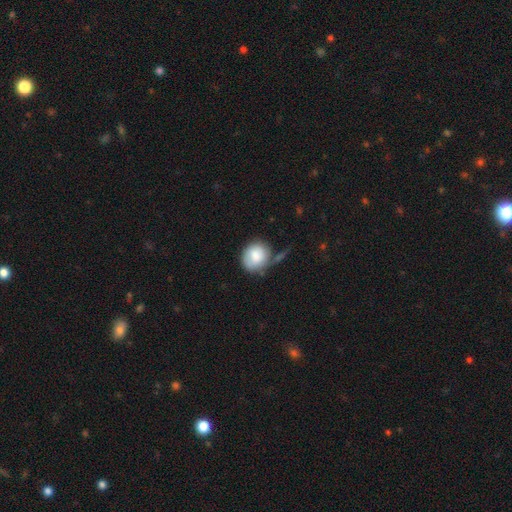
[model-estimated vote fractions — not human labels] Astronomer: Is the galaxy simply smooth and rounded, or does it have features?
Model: smooth — 81%.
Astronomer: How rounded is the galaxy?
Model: round — 76%.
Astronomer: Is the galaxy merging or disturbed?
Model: none — 52%.